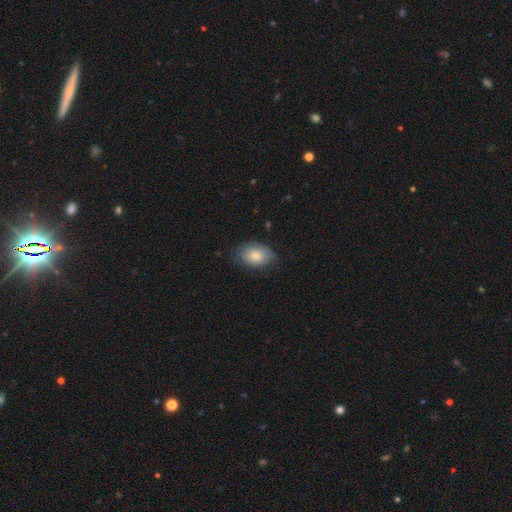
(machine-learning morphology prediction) smooth-or-featured: smooth: 82% | featured or disk: 11% | star or artifact: 7%
  how-rounded: in between: 85% | round: 14% | cigar-shaped: 1%
  merging: none: 71% | minor disturbance: 23% | major disturbance: 5% | merger: 1%